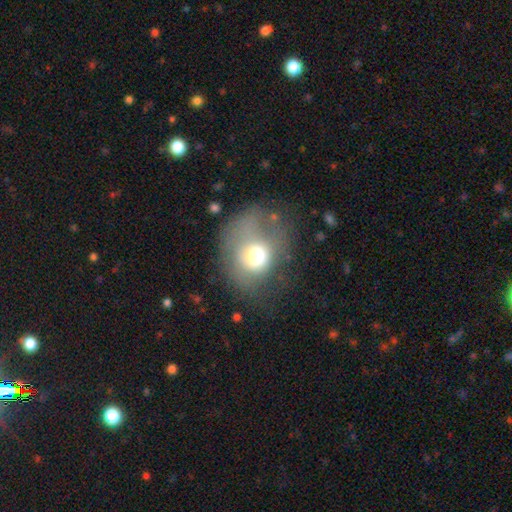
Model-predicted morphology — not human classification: smooth_or_featured: smooth (p=0.63) [alt: featured or disk p=0.24]
how_rounded: round (p=0.67) [alt: in between p=0.32]
merging: none (p=0.37) [alt: major disturbance p=0.35]